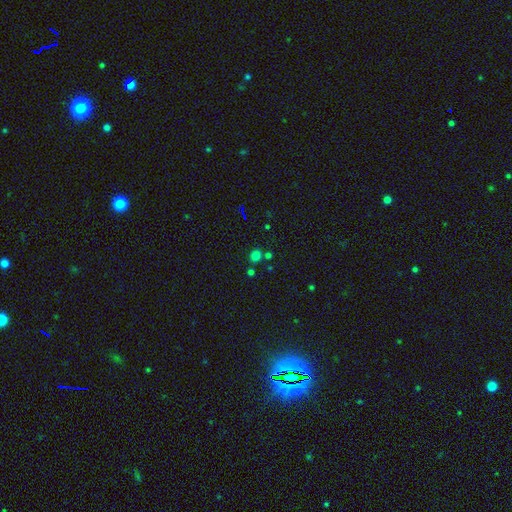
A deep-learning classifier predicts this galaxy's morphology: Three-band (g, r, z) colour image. It shows a smooth galaxy with no disk features (68%) that is round (79%). Merging: none (75%).